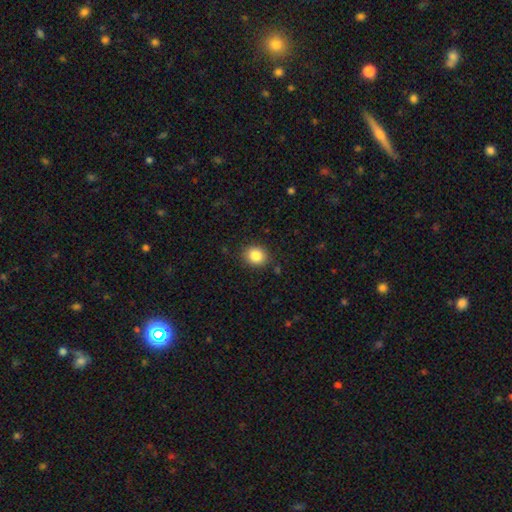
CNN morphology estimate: type=smooth (85%); roundness=round (69%); merging=none (87%).